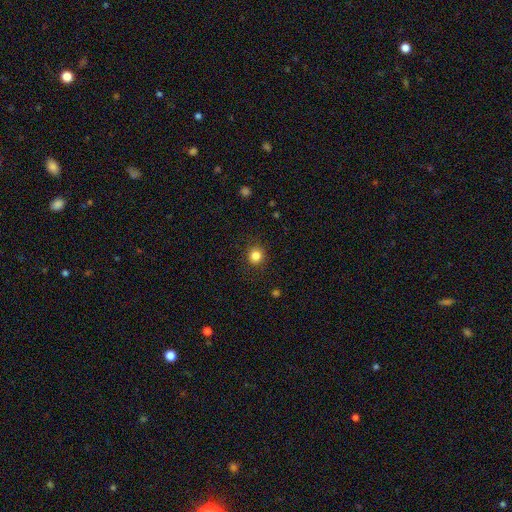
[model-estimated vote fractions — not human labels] A smooth galaxy with no disk features (84%) that is round (91%).

Vote fractions:
- Smooth or featured? smooth: 84% / star or artifact: 12% / featured or disk: 5%
- How rounded? round: 91% / in between: 8% / cigar-shaped: 1%
- Merging? none: 90% / minor disturbance: 7% / major disturbance: 2% / merger: 1%